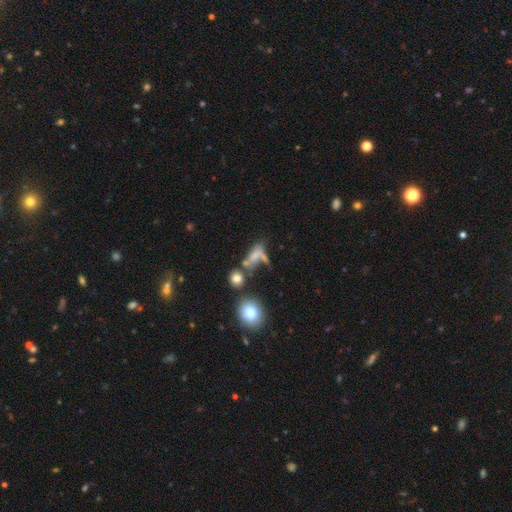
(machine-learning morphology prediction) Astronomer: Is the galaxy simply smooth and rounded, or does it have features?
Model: smooth — 59%.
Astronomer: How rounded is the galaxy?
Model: in between — 58%.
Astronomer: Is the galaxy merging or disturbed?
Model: merger — 29%, tied with none at 29%.